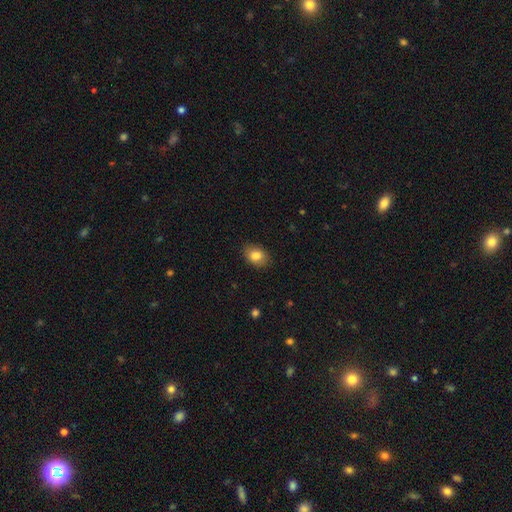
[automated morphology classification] smooth-or-featured: smooth: 84% | star or artifact: 8% | featured or disk: 8%
  how-rounded: in between: 75% | round: 24% | cigar-shaped: 1%
  merging: none: 86% | minor disturbance: 10% | major disturbance: 2% | merger: 1%